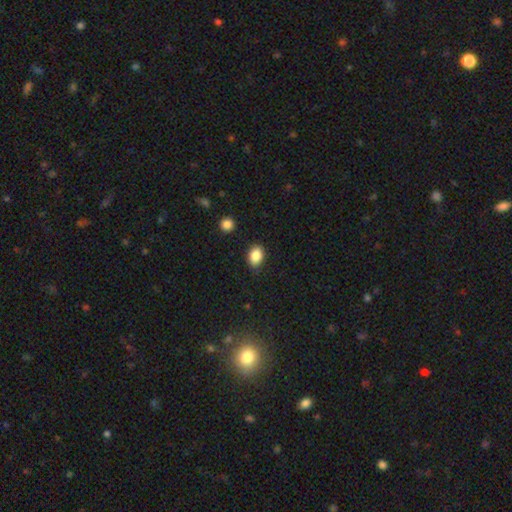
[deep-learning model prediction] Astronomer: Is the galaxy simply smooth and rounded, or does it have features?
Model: smooth — 87%.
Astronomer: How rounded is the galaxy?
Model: in between — 75%.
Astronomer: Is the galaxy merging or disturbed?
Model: none — 85%.